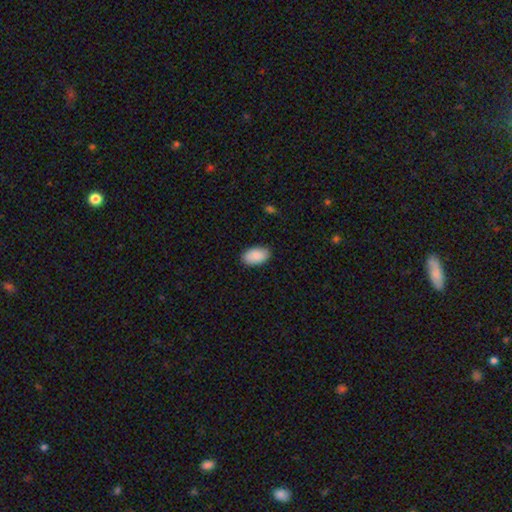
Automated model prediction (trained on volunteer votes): This is clearly a smooth galaxy (90%). How rounded: clearly in between (95%). Merging: clearly none (87%).